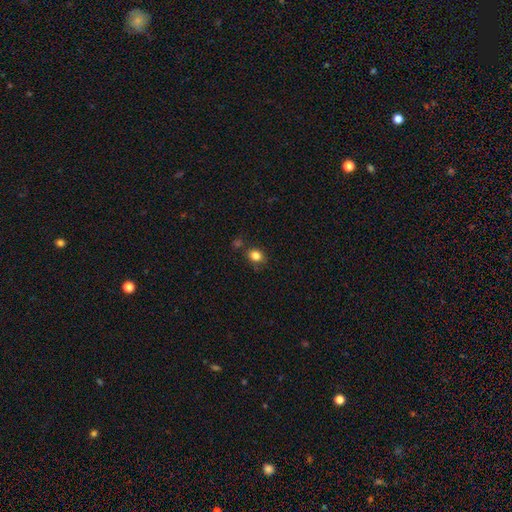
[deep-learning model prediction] smooth 83%, star or artifact 11%, featured or disk 5%. Down the decision tree: how rounded — in between (50%); merging — none (77%).